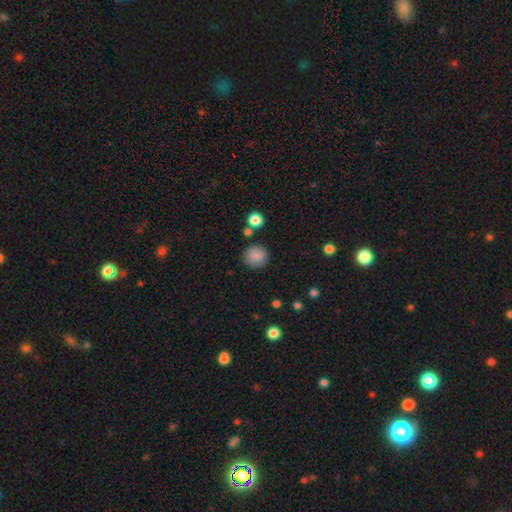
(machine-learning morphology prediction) Overall: smooth (86%). How rounded: round (92%). Merging: none (85%).